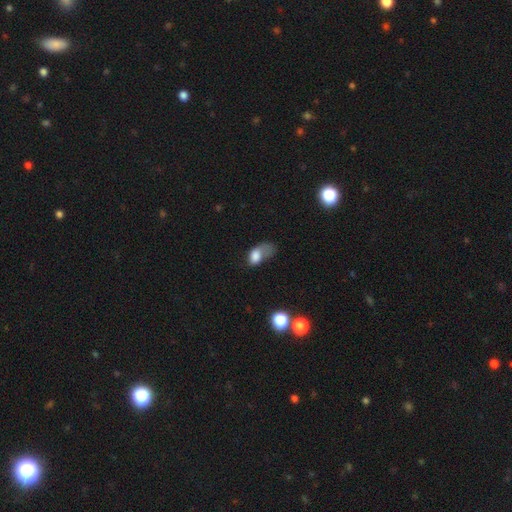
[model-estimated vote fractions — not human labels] Smooth or featured? Predicted: smooth (p=0.72). How rounded? Predicted: in between (p=0.82). Merging? Predicted: major disturbance (p=0.56).